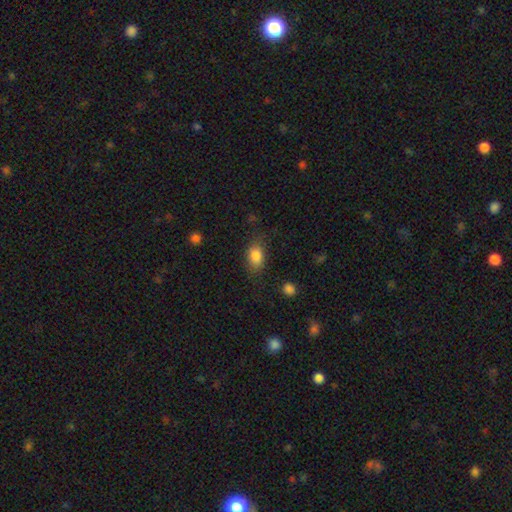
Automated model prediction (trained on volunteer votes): Smooth or featured?
  - smooth: 84% *
  - star or artifact: 9%
  - featured or disk: 7%
How rounded?
  - in between: 82% *
  - round: 16%
  - cigar-shaped: 2%
Merging?
  - none: 74% *
  - minor disturbance: 18%
  - major disturbance: 7%
  - merger: 2%